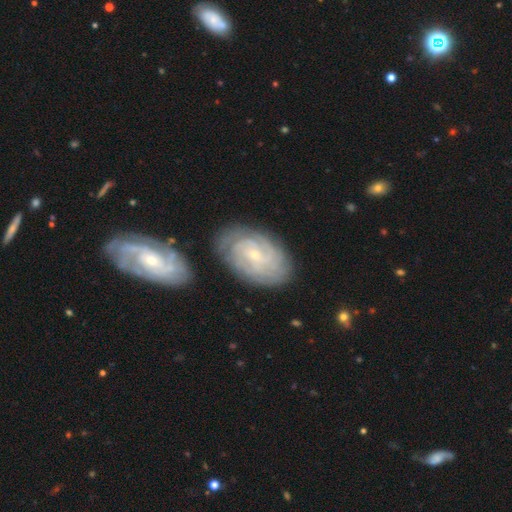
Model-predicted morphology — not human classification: A featured or disk galaxy (82%) with no bar (64%), tight (76%) spiral arms (94%) and a small central bulge (79%).

Vote fractions:
- Smooth or featured? featured or disk: 82% / smooth: 12% / star or artifact: 6%
- Edge-on disk? no: 96% / yes: 4%
- Bar? no: 64% / weak: 30% / strong: 6%
- Spiral arms? yes: 94% / no: 6%
- Spiral winding? tight: 76% / medium: 19% / loose: 5%
- Spiral arm count? can't tell: 39% / 4: 19% / 3: 16% / 2: 12% / more than 4: 8% / 1: 6%
- Bulge size? small: 79% / moderate: 17% / none: 2% / large: 1% / dominant: 1%
- Merging? none: 74% / minor disturbance: 15% / merger: 8% / major disturbance: 4%